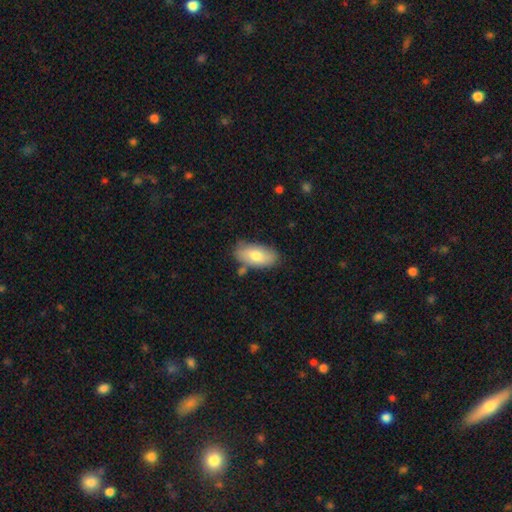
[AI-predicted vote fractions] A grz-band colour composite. It shows a smooth galaxy with no disk features (75%) that is in between round and cigar-shaped (92%). Merging: none (70%).